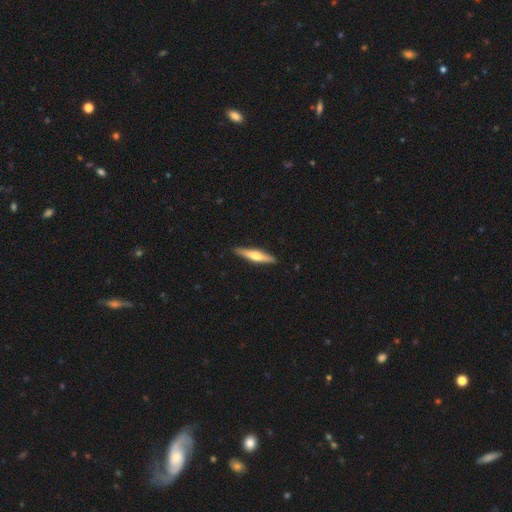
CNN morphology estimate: This appears to be a featured or disk galaxy (53%) viewed edge-on (96%) with a rounded central bulge (87%). Merging: none (90%).